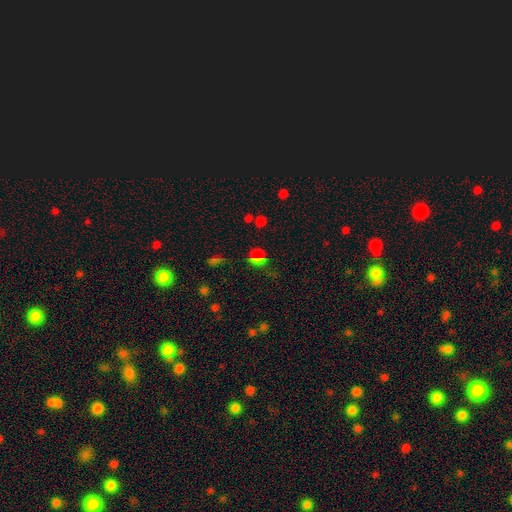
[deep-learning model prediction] This is possibly a smooth galaxy (52%). How rounded: likely round (62%). Merging: likely none (64%).